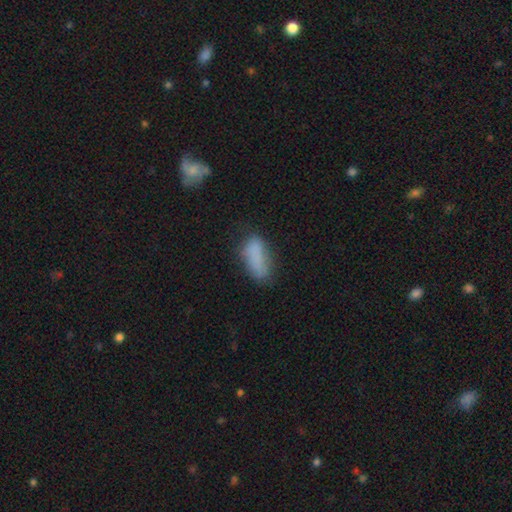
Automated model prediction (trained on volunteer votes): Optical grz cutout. It shows a smooth galaxy with no disk features (80%) that is in between round and cigar-shaped (79%). Merging: none (54%).